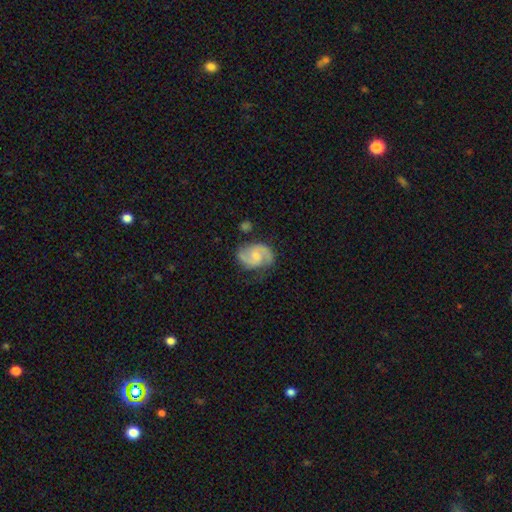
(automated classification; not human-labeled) featured or disk 81%, smooth 13%, star or artifact 5%. Down the decision tree: edge-on disk — no (98%); bar — weak (46%, tied with no); spiral arms — yes (96%); spiral arm count — 2 (91%); spiral winding — medium (56%); bulge size — small (44%); merging — none (72%).